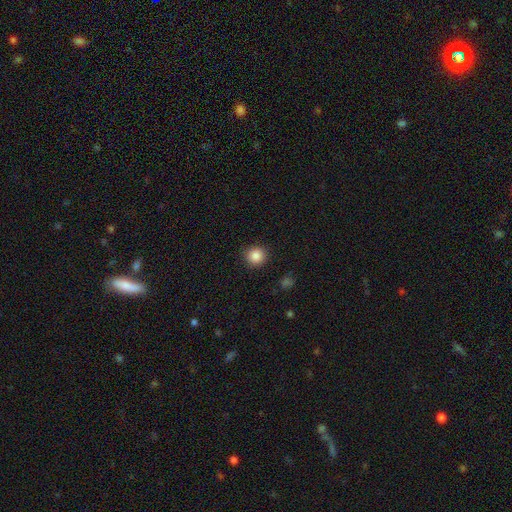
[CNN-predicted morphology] This appears to be a smooth galaxy with no disk features (86%) that is round (91%). Merging: none (90%).